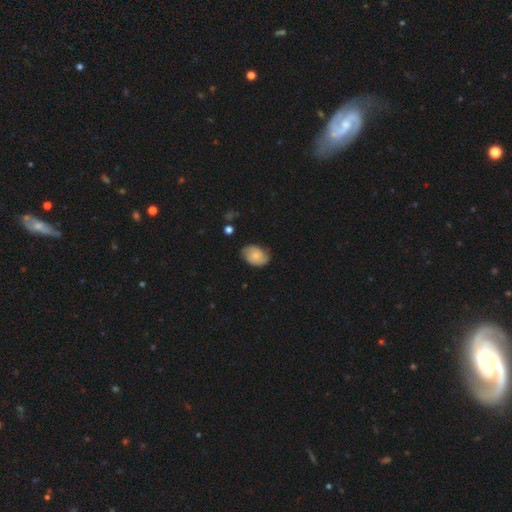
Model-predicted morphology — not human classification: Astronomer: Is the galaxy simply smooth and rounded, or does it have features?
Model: smooth — 65%.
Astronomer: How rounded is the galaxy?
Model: in between — 78%.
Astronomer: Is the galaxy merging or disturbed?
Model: none — 67%.